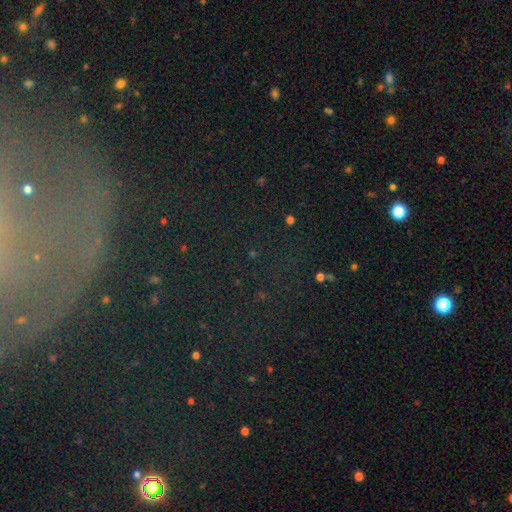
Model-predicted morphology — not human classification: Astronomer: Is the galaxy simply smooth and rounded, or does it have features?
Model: star or artifact — 66%.